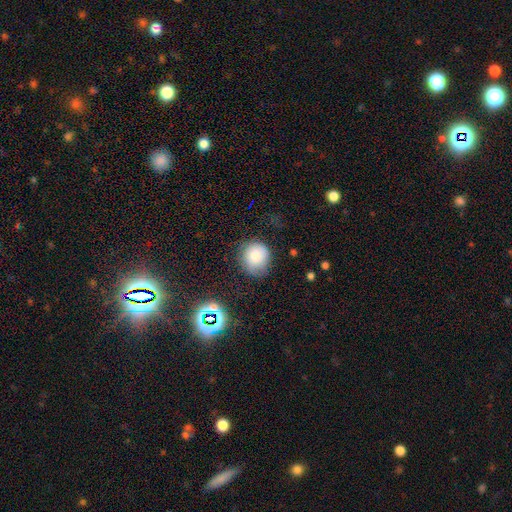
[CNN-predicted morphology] Smooth or featured? Predicted: smooth (p=0.79). How rounded? Predicted: round (p=0.84). Merging? Predicted: none (p=0.68).